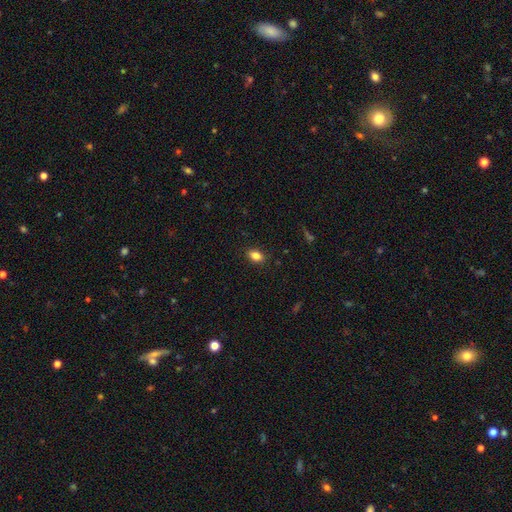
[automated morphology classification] Overall: smooth (84%). How rounded: in between (80%). Merging: none (88%).